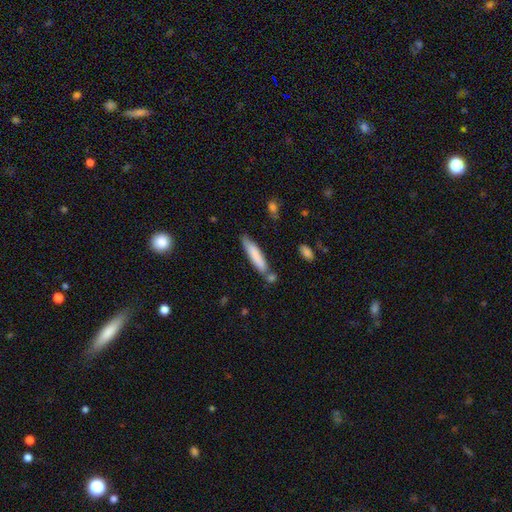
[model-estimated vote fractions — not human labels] A smooth galaxy with no disk features (80%) that is cigar-shaped (85%).

Vote fractions:
- Smooth or featured? smooth: 80% / featured or disk: 14% / star or artifact: 6%
- How rounded? cigar-shaped: 85% / in between: 14% / round: 1%
- Merging? none: 72% / minor disturbance: 15% / merger: 9% / major disturbance: 3%